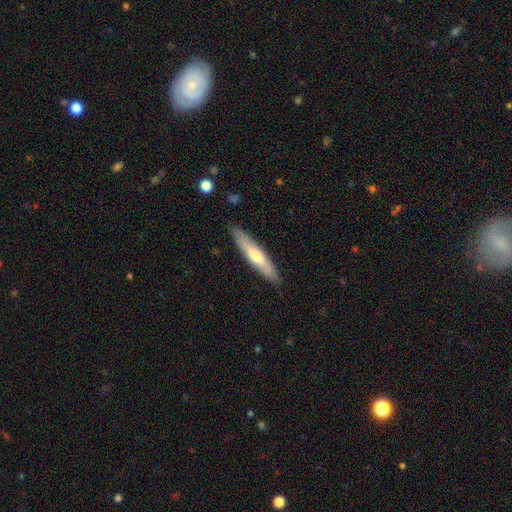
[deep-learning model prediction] Smooth or featured? smooth (54%)
How rounded? cigar-shaped (88%)
Merging? none (88%)